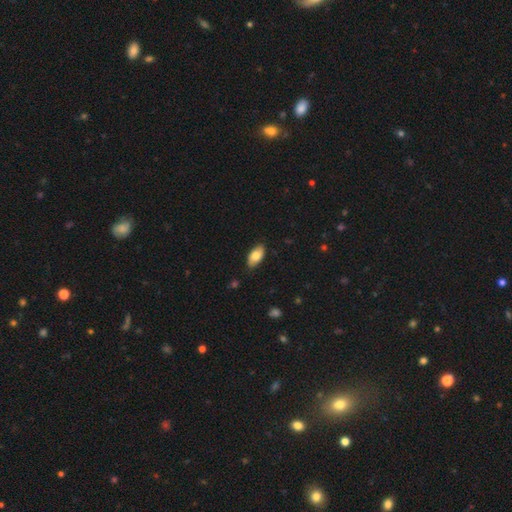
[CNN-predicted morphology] Overall: smooth (79%). How rounded: in between (94%). Merging: none (84%).